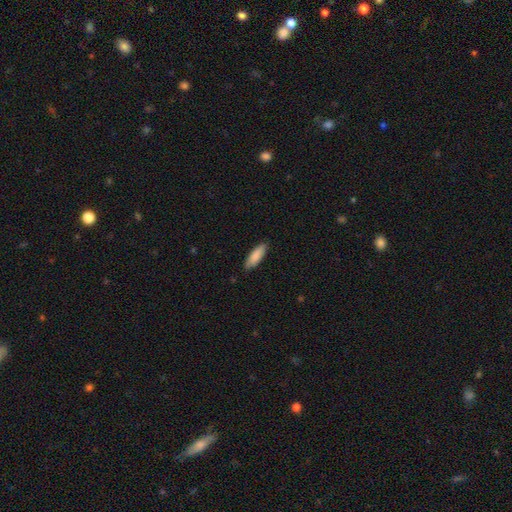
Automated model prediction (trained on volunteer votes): A smooth galaxy with no disk features (87%) that is in between round and cigar-shaped (54%).

Vote fractions:
- Smooth or featured? smooth: 87% / featured or disk: 7% / star or artifact: 5%
- How rounded? in between: 54% / cigar-shaped: 44% / round: 1%
- Merging? none: 85% / minor disturbance: 12% / major disturbance: 2% / merger: 1%